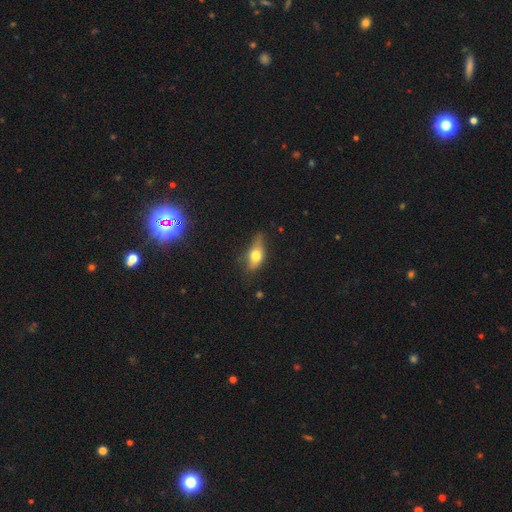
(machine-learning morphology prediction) smooth 61%, featured or disk 30%, star or artifact 9%. Down the decision tree: how rounded — in between (72%); merging — none (50%).